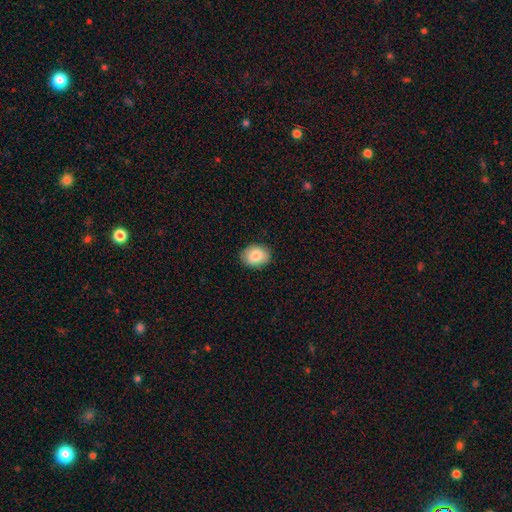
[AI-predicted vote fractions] This is clearly a smooth galaxy (85%). How rounded: likely in between (65%). Merging: clearly none (88%).